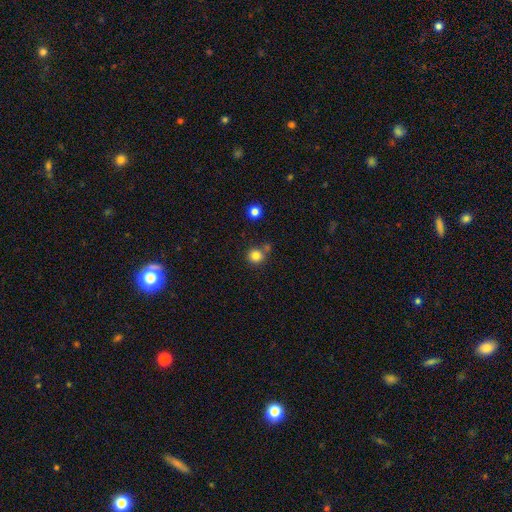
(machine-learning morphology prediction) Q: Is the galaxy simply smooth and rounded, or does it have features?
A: smooth — 83%.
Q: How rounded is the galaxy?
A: round — 91%.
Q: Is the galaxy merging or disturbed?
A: none — 68%.